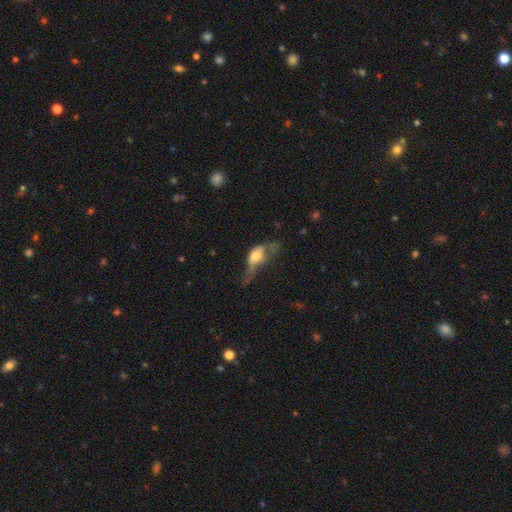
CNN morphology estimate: This is possibly a smooth galaxy (49%). Merging: possibly major disturbance (56%).